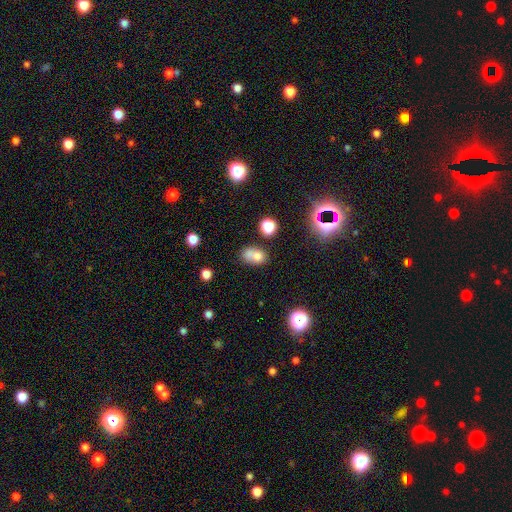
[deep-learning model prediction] Overall: smooth (71%). How rounded: in between (59%; round 39%). Merging: merger (45%; none 36%).